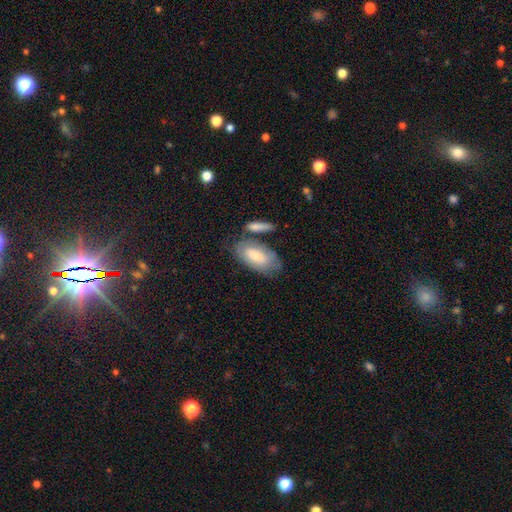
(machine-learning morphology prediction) Smooth or featured?
  - smooth: 72% *
  - featured or disk: 22%
  - star or artifact: 5%
How rounded?
  - in between: 91% *
  - cigar-shaped: 7%
  - round: 3%
Merging?
  - none: 57% *
  - minor disturbance: 19%
  - merger: 17%
  - major disturbance: 7%